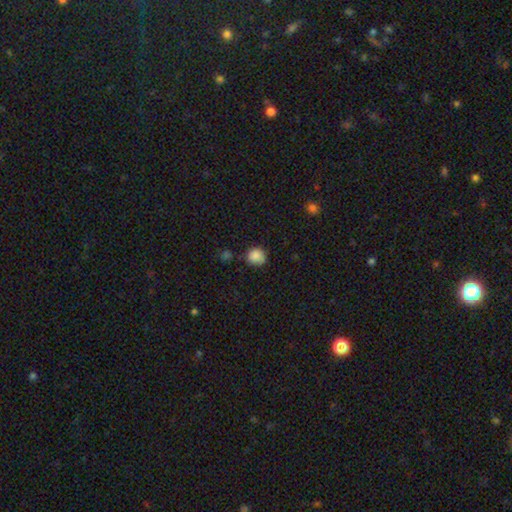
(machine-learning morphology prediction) Smooth or featured: smooth — 86% (star or artifact — 10%)
How rounded: round — 84% (in between — 15%)
Merging: none — 72% (minor disturbance — 20%)